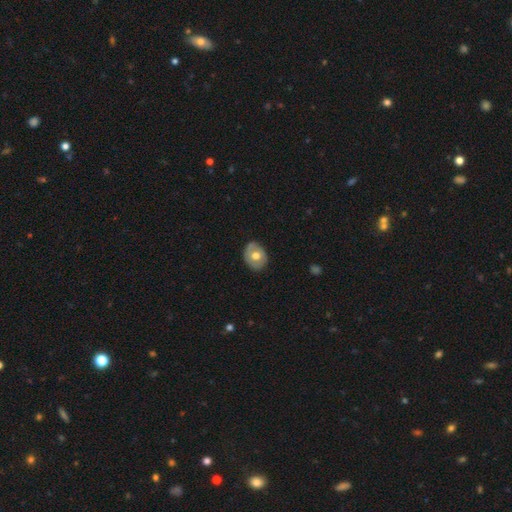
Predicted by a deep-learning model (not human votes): A smooth galaxy with no disk features (56%) that is in between round and cigar-shaped (56%).

Vote fractions:
- Smooth or featured? smooth: 56% / featured or disk: 38% / star or artifact: 6%
- How rounded? in between: 56% / round: 43% / cigar-shaped: 1%
- Merging? none: 79% / minor disturbance: 17% / major disturbance: 3% / merger: 1%